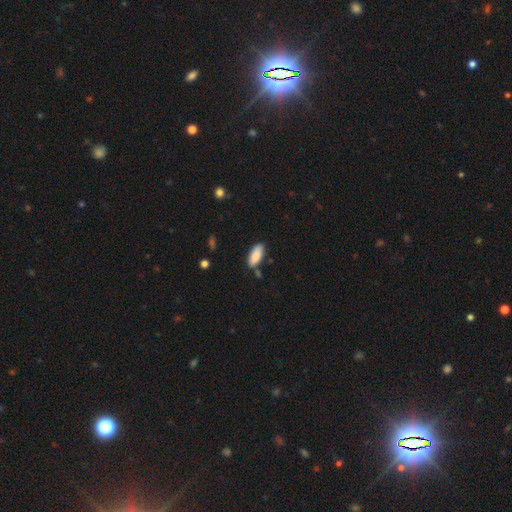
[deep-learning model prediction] smooth-or-featured: smooth: 88% | star or artifact: 6% | featured or disk: 6%
  how-rounded: in between: 85% | cigar-shaped: 14% | round: 2%
  merging: none: 80% | minor disturbance: 13% | merger: 4% | major disturbance: 3%